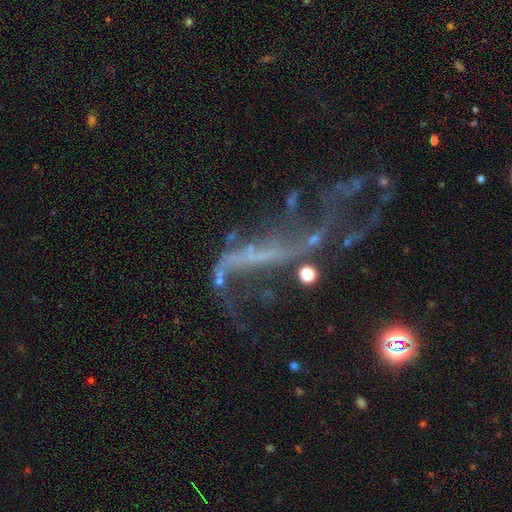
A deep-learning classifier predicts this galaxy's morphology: Smooth or featured: featured or disk — 69% (star or artifact — 22%)
Edge-on disk: no — 88% (yes — 12%)
Bar: no — 51% (strong — 26%)
Spiral arms: yes — 54% (no — 46%)
Bulge size: none — 67% (small — 23%)
Merging: major disturbance — 48% (none — 26%)